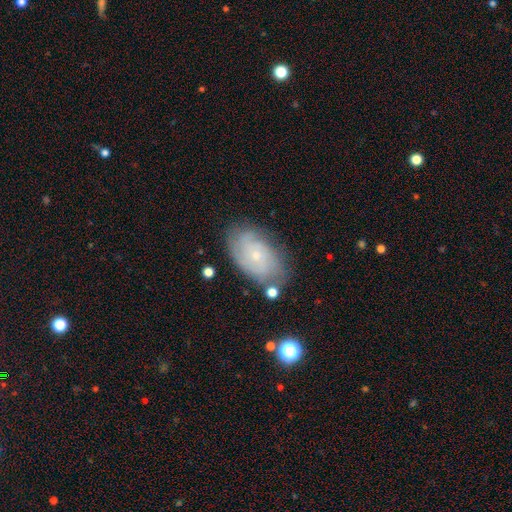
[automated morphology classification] A featured or disk galaxy (68%) with no bar (78%), tight (64%) spiral arms (88%) and a small central bulge (79%). Merging: none (73%).